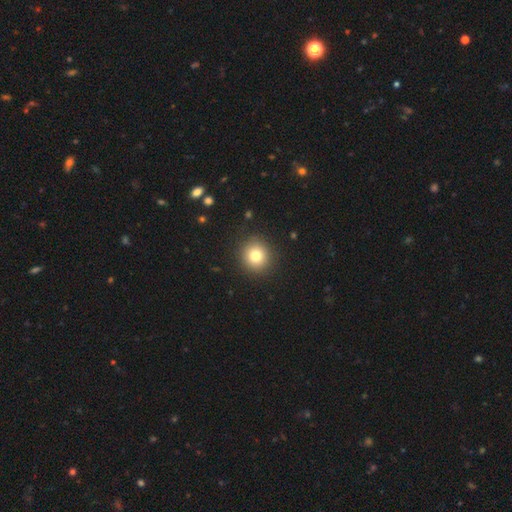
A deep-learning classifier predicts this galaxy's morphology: The model was most divided on "smooth or featured": smooth: 79%, star or artifact: 12%, featured or disk: 9%. More confident: how rounded — round (91%); merging — none (91%).